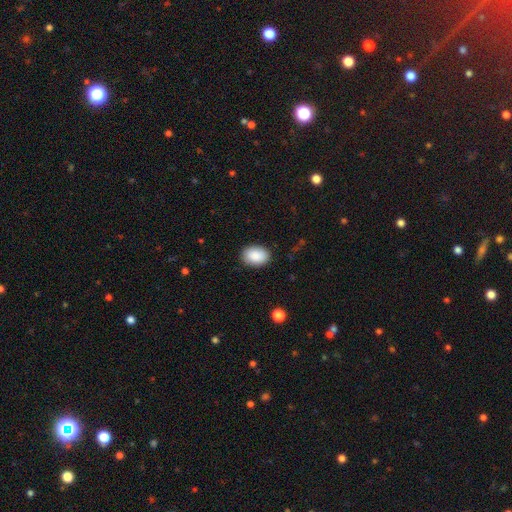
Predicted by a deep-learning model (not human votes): The model was most divided on "how rounded": in between: 77%, round: 22%, cigar-shaped: 1%. More confident: smooth or featured — smooth (89%); merging — none (88%).